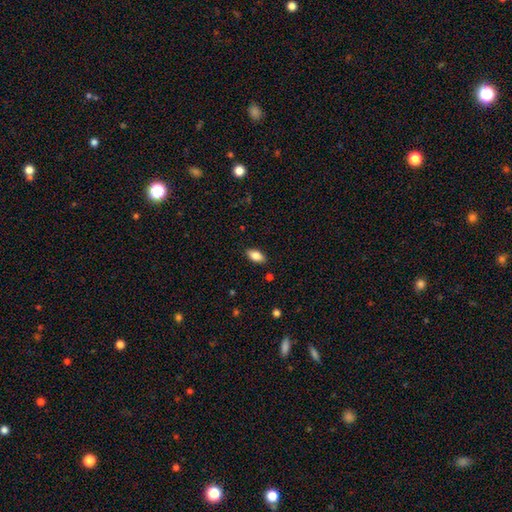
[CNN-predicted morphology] This is clearly a smooth galaxy (84%). How rounded: clearly in between (91%). Merging: clearly none (87%).